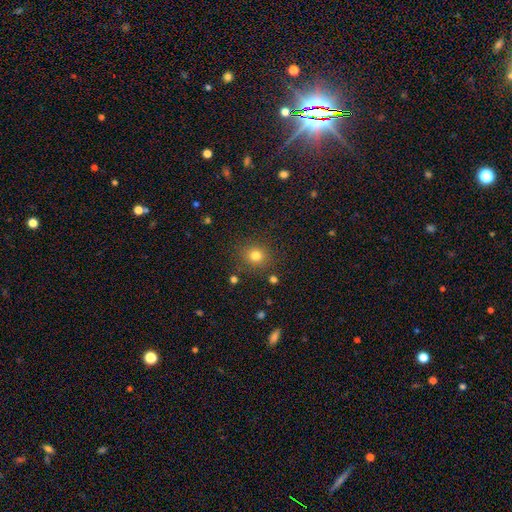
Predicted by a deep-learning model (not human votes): Smooth or featured? Predicted: smooth (p=0.79). How rounded? Predicted: round (p=0.82). Merging? Predicted: none (p=0.86).